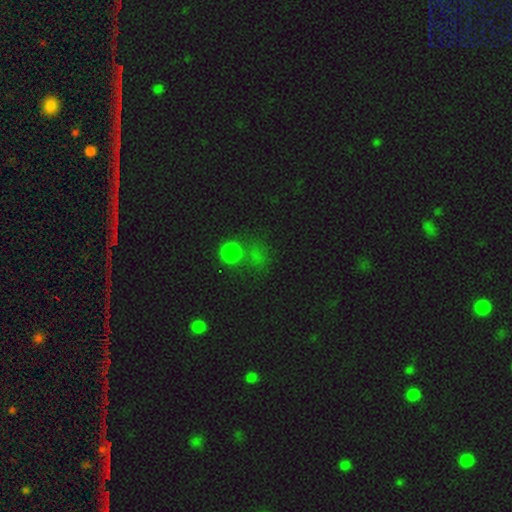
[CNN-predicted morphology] A smooth galaxy with no disk features (63%) that is round (84%).

Vote fractions:
- Smooth or featured? smooth: 63% / star or artifact: 31% / featured or disk: 6%
- How rounded? round: 84% / in between: 14% / cigar-shaped: 2%
- Merging? none: 63% / minor disturbance: 13% / merger: 13% / major disturbance: 10%